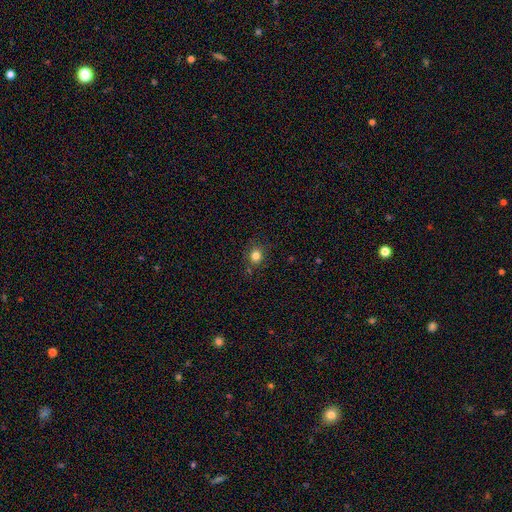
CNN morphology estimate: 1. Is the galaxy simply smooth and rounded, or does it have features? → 81% smooth, 13% star or artifact, 5% featured or disk.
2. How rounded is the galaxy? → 81% round, 18% in between, 1% cigar-shaped.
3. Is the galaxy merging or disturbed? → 83% none, 11% minor disturbance, 3% major disturbance, 3% merger.